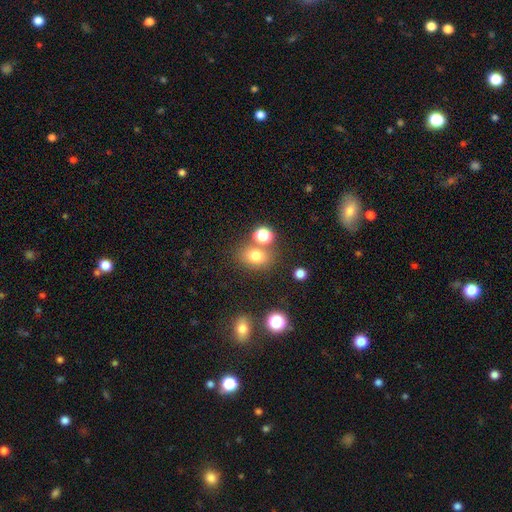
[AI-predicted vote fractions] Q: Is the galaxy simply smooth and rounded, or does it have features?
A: smooth — 75%.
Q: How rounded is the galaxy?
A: round — 52%.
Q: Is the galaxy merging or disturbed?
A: none — 66%.